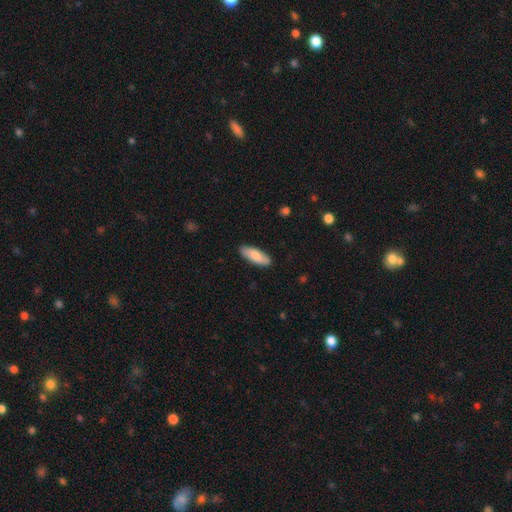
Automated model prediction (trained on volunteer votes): A smooth galaxy with no disk features (82%) that is in between round and cigar-shaped (66%). Merging: none (88%).